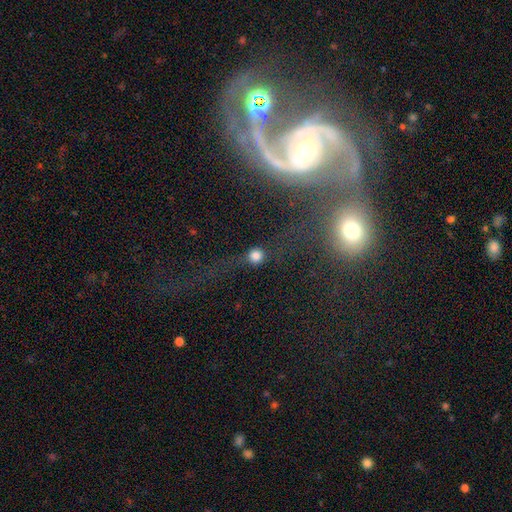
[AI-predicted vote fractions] This is likely a smooth galaxy (72%). How rounded: clearly round (93%). Merging: likely none (68%).